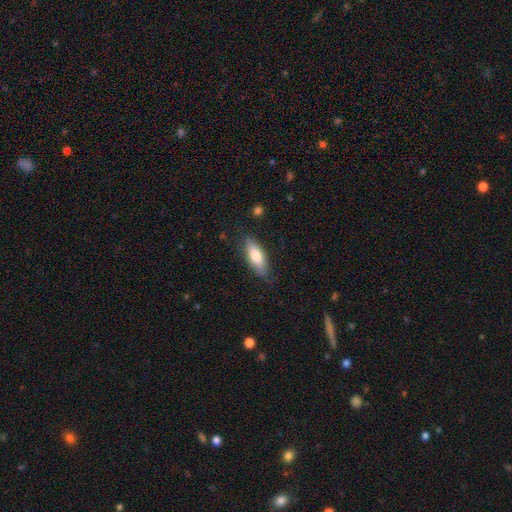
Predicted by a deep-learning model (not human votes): smooth-or-featured: smooth: 75% | featured or disk: 19% | star or artifact: 6%
  how-rounded: in between: 64% | cigar-shaped: 34% | round: 2%
  merging: none: 80% | minor disturbance: 16% | major disturbance: 3% | merger: 1%